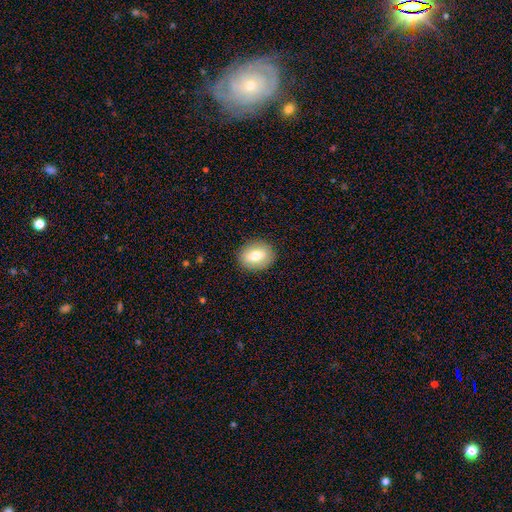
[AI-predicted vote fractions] Smooth or featured?
  - smooth: 74% *
  - featured or disk: 18%
  - star or artifact: 8%
How rounded?
  - in between: 61% *
  - round: 38%
  - cigar-shaped: 1%
Merging?
  - none: 88% *
  - minor disturbance: 9%
  - major disturbance: 3%
  - merger: 1%